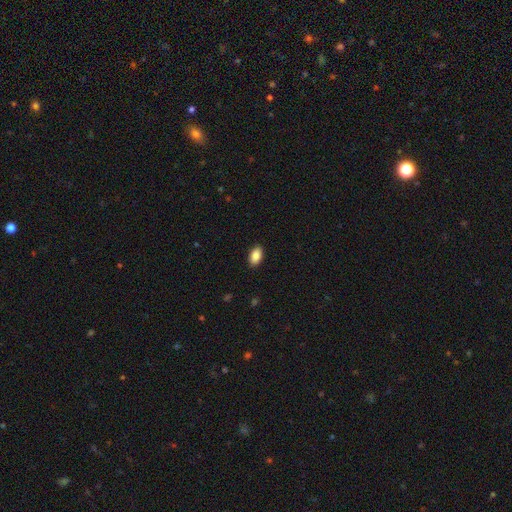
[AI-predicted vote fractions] smooth 88%, star or artifact 7%, featured or disk 4%. Down the decision tree: how rounded — in between (93%); merging — none (90%).